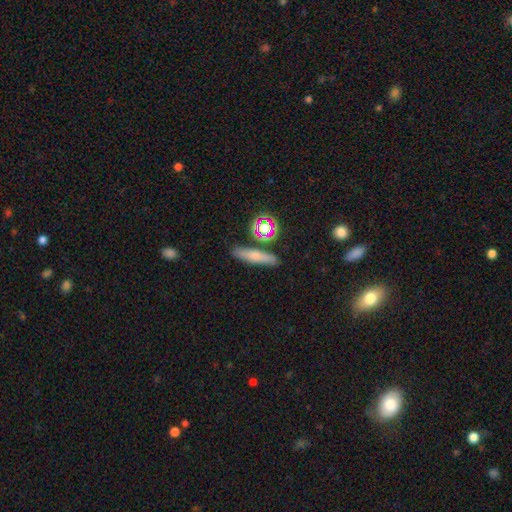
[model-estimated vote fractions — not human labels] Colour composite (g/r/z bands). It shows a smooth galaxy with no disk features (65%) that is cigar-shaped (71%). Merging: none (82%).